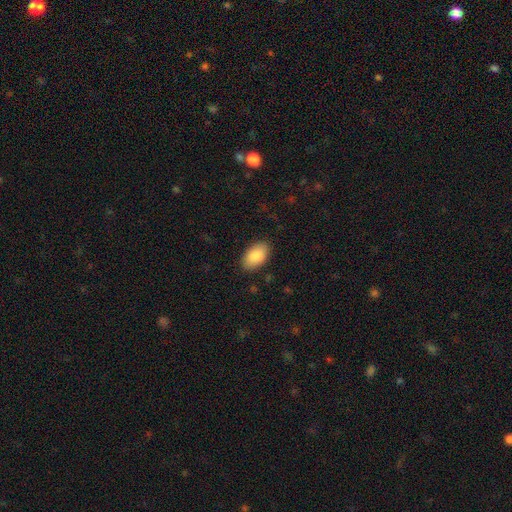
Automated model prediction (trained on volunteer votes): Smooth or featured?
  - smooth: 88% *
  - star or artifact: 6%
  - featured or disk: 6%
How rounded?
  - in between: 94% *
  - round: 5%
  - cigar-shaped: 1%
Merging?
  - none: 87% *
  - minor disturbance: 10%
  - major disturbance: 3%
  - merger: 1%